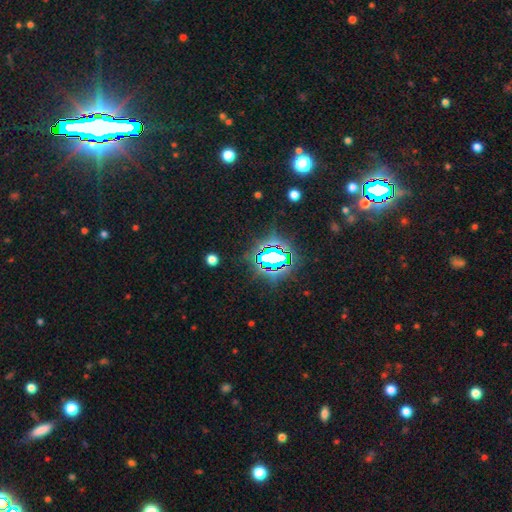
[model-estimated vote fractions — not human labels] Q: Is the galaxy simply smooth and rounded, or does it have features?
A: star or artifact — 83%.